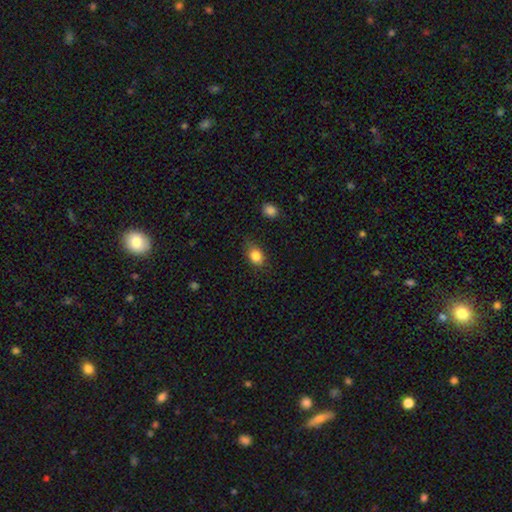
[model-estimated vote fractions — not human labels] A smooth galaxy with no disk features (83%) that is in between round and cigar-shaped (64%).

Vote fractions:
- Smooth or featured? smooth: 83% / star or artifact: 10% / featured or disk: 7%
- How rounded? in between: 64% / round: 34% / cigar-shaped: 2%
- Merging? none: 75% / minor disturbance: 20% / major disturbance: 4% / merger: 1%